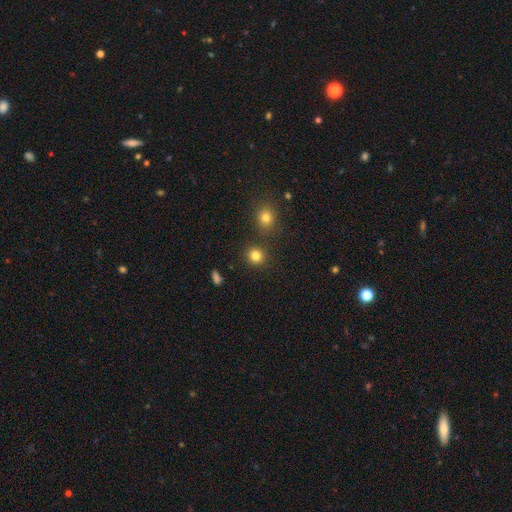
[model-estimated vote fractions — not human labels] smooth-or-featured: smooth: 82% | star or artifact: 13% | featured or disk: 5%
  how-rounded: round: 89% | in between: 10% | cigar-shaped: 1%
  merging: none: 86% | minor disturbance: 7% | merger: 5% | major disturbance: 2%